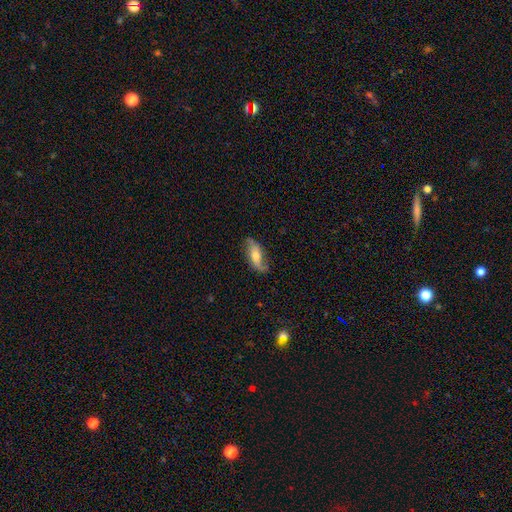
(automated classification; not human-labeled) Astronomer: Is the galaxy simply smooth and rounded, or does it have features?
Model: featured or disk — 65%.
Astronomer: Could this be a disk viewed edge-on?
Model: no — 87%.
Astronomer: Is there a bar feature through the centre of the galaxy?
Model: no — 53% (runner-up: weak, 31%).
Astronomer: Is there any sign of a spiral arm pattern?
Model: yes — 89%.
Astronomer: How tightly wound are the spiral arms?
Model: loose — 73%.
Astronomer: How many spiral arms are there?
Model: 2 — 88%.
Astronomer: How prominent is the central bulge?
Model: moderate — 58%.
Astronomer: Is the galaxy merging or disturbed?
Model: none — 73%.